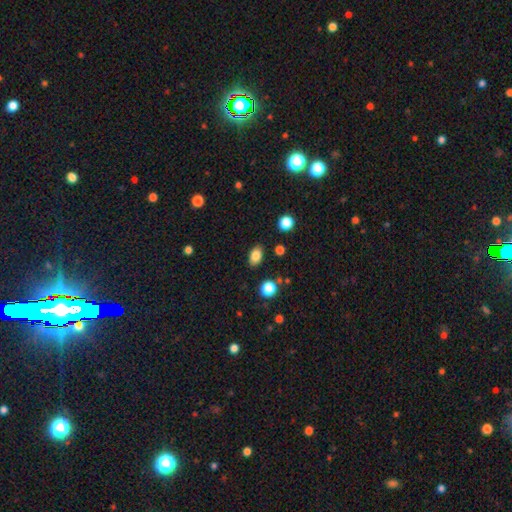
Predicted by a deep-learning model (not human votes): A smooth galaxy with no disk features (84%) that is in between round and cigar-shaped (84%). Merging: none (85%).